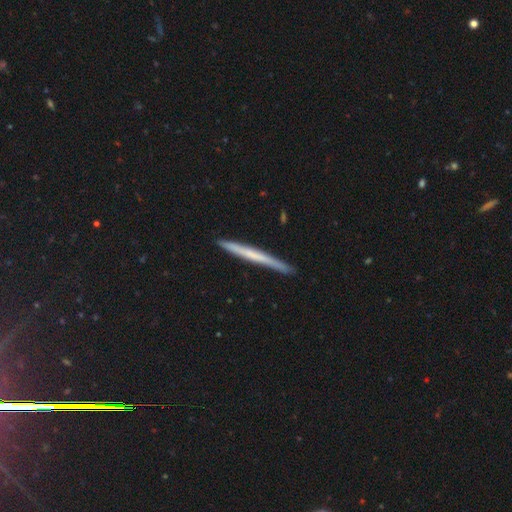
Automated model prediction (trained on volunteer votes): featured or disk 48%, smooth 45%, star or artifact 7%. Down the decision tree: merging — none (90%).